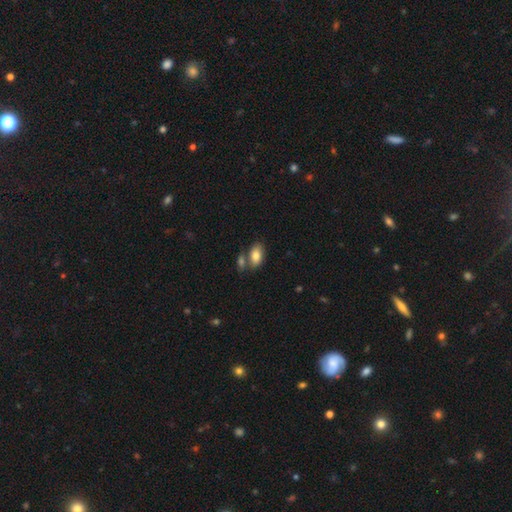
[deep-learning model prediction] smooth 81%, featured or disk 12%, star or artifact 7%. Down the decision tree: how rounded — in between (92%); merging — none (53%).